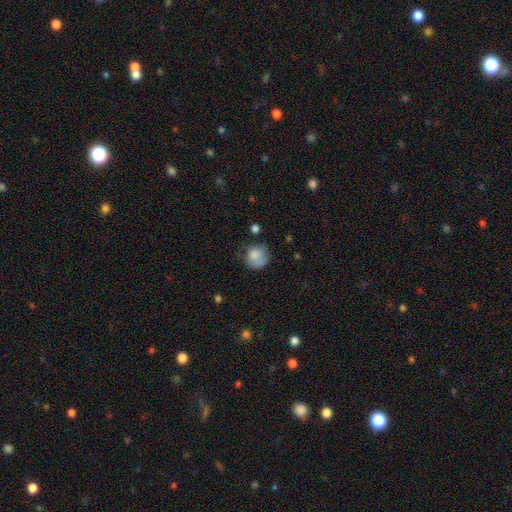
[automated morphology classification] smooth 78%, featured or disk 13%, star or artifact 9%. Down the decision tree: how rounded — round (81%); merging — none (52%).